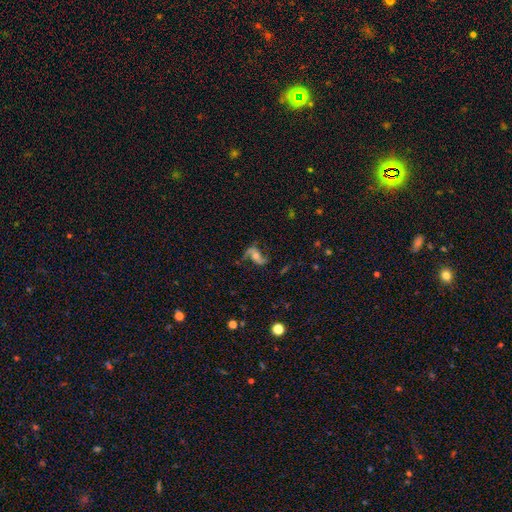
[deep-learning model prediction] A featured or disk galaxy (82%) with no bar (52%), 2 (91%) loose (75%) spiral arms (94%) and a moderate central bulge (56%).

Vote fractions:
- Smooth or featured? featured or disk: 82% / smooth: 10% / star or artifact: 8%
- Edge-on disk? no: 95% / yes: 5%
- Bar? no: 52% / weak: 30% / strong: 19%
- Spiral arms? yes: 94% / no: 6%
- Spiral winding? loose: 75% / medium: 20% / tight: 5%
- Spiral arm count? 2: 91% / 1: 3% / can't tell: 2% / 3: 1% / 4: 1% / more than 4: 1%
- Bulge size? moderate: 56% / small: 34% / large: 6% / none: 3% / dominant: 1%
- Merging? none: 70% / minor disturbance: 16% / major disturbance: 12% / merger: 2%